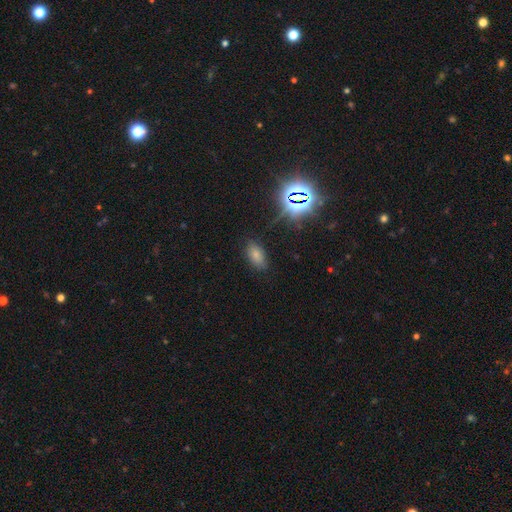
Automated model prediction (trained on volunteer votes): smooth_or_featured: smooth (p=0.71) [alt: star or artifact p=0.20]
how_rounded: in between (p=0.92) [alt: round p=0.05]
merging: none (p=0.80) [alt: minor disturbance p=0.14]